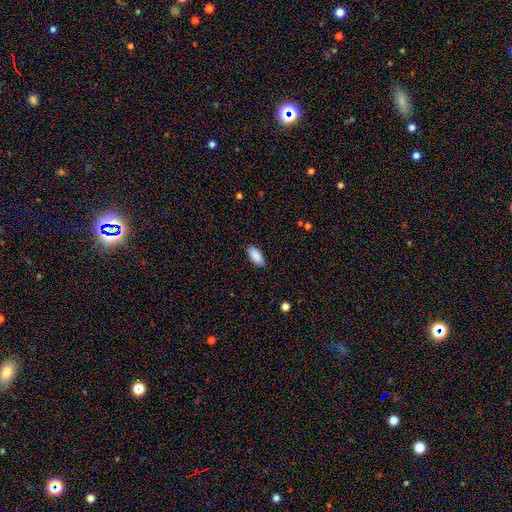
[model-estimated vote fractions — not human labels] Smooth or featured?
  - smooth: 90% *
  - star or artifact: 6%
  - featured or disk: 4%
How rounded?
  - in between: 90% *
  - cigar-shaped: 8%
  - round: 2%
Merging?
  - none: 88% *
  - minor disturbance: 9%
  - major disturbance: 2%
  - merger: 1%